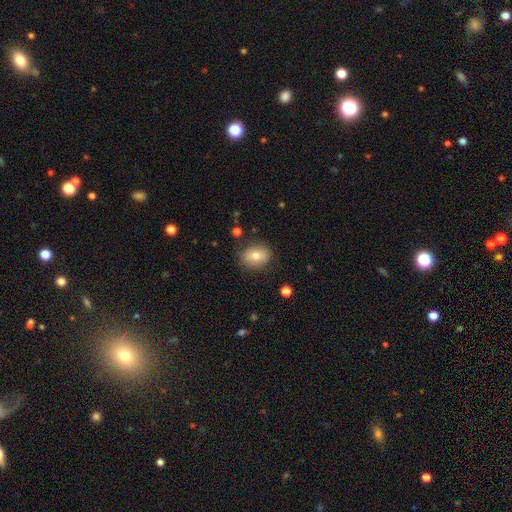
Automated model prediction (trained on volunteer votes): Smooth or featured? smooth (74%)
How rounded? in between (55%)
Merging? none (85%)